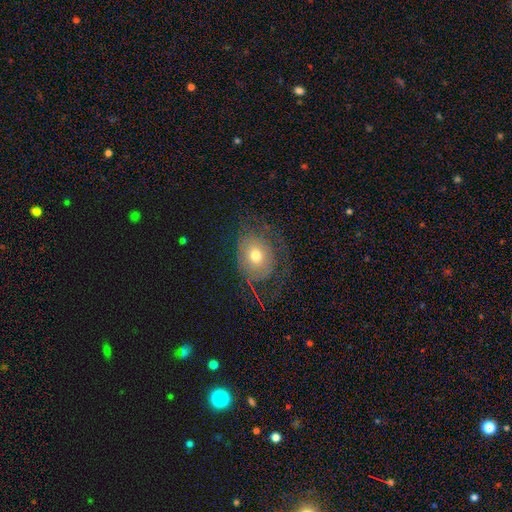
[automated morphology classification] Smooth or featured?
  - smooth: 55% *
  - featured or disk: 33%
  - star or artifact: 11%
How rounded?
  - round: 62% *
  - in between: 37%
  - cigar-shaped: 1%
Merging?
  - none: 58% *
  - major disturbance: 21%
  - minor disturbance: 19%
  - merger: 2%